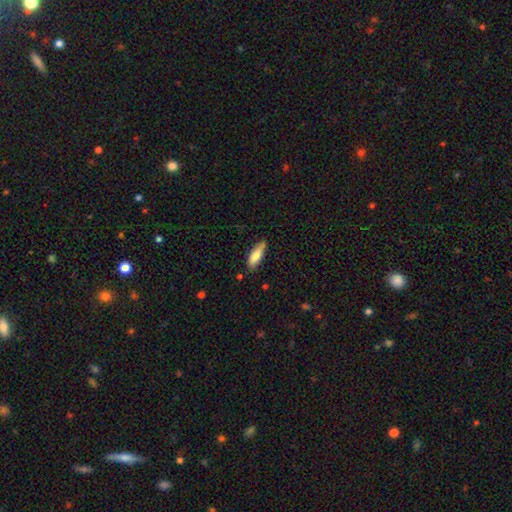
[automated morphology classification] type=smooth (78%); roundness=in between (59%); merging=none (74%).